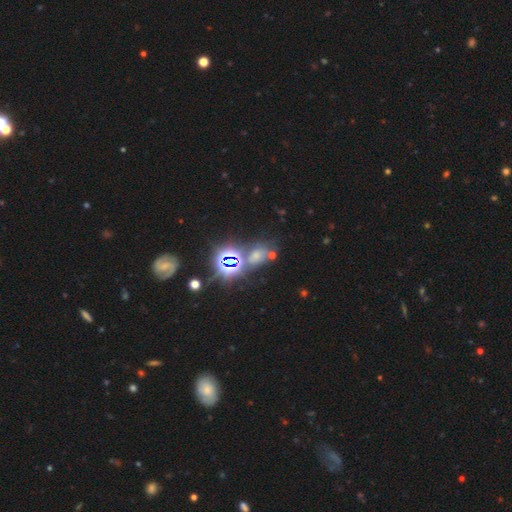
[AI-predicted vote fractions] Smooth or featured? star or artifact (61%)